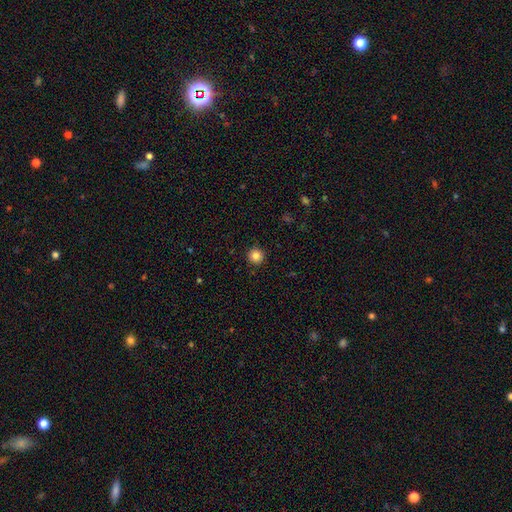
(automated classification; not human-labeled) Q: Smooth or featured?
A: smooth (85%); runner-up: star or artifact (11%)
Q: How rounded?
A: round (96%); runner-up: in between (3%)
Q: Merging?
A: none (92%); runner-up: minor disturbance (5%)